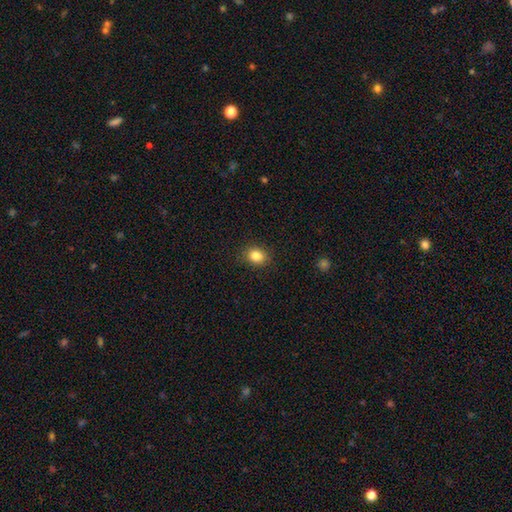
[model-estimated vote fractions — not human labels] This appears to be a smooth galaxy with no disk features (84%) that is round (54%). Merging: none (88%).